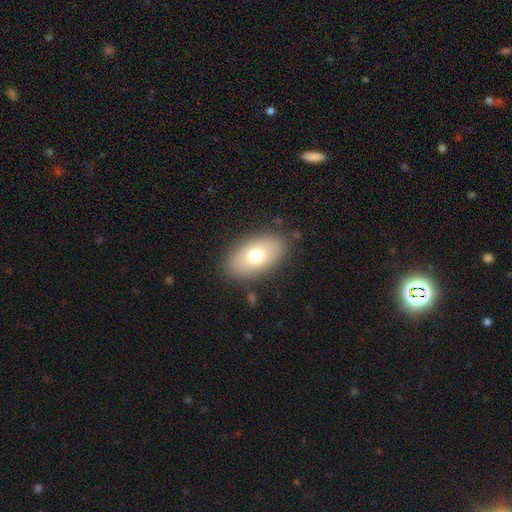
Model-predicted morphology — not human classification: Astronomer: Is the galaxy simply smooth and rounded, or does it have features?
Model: smooth — 72%.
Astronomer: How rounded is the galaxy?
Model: in between — 91%.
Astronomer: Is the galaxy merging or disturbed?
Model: none — 85%.